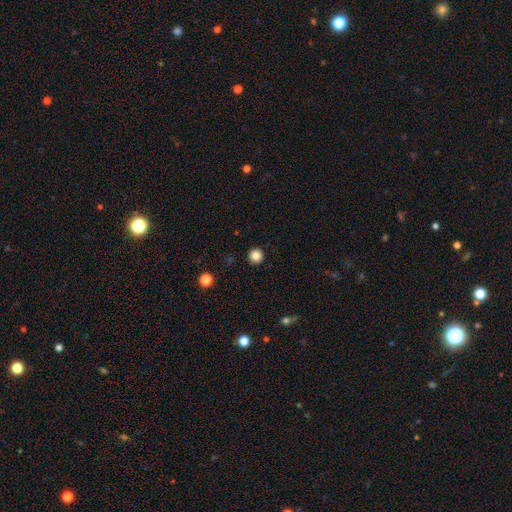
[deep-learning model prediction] The model was most divided on "smooth or featured": smooth: 85%, star or artifact: 11%, featured or disk: 4%. More confident: how rounded — round (96%); merging — none (93%).